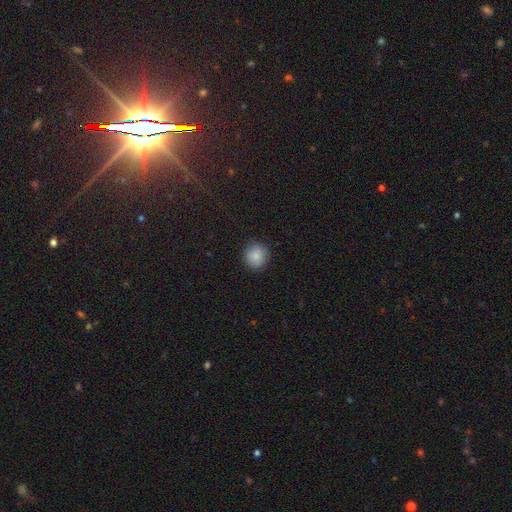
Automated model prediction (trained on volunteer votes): The model was most divided on "how rounded": round: 87%, in between: 12%, cigar-shaped: 1%. More confident: merging — none (87%); smooth or featured — smooth (86%).